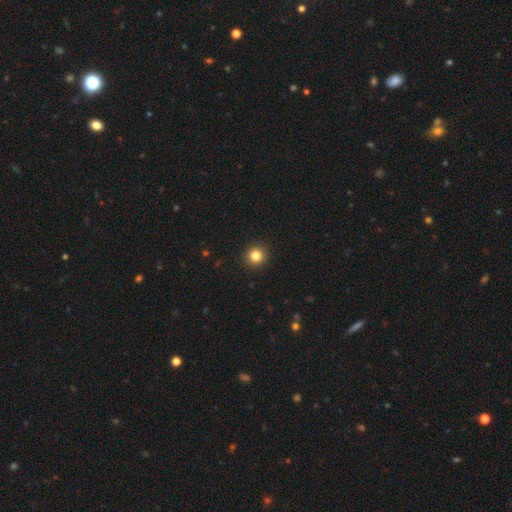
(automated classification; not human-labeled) Q: Smooth or featured?
A: smooth (83%); runner-up: star or artifact (12%)
Q: How rounded?
A: round (94%); runner-up: in between (5%)
Q: Merging?
A: none (93%); runner-up: minor disturbance (4%)